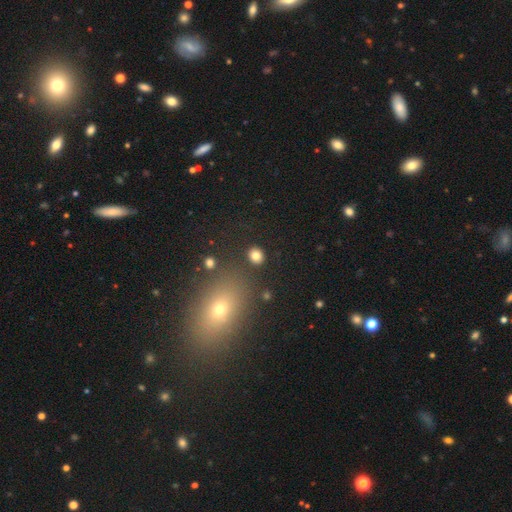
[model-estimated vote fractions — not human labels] This is clearly a smooth galaxy (81%). How rounded: likely round (62%). Merging: clearly none (86%).